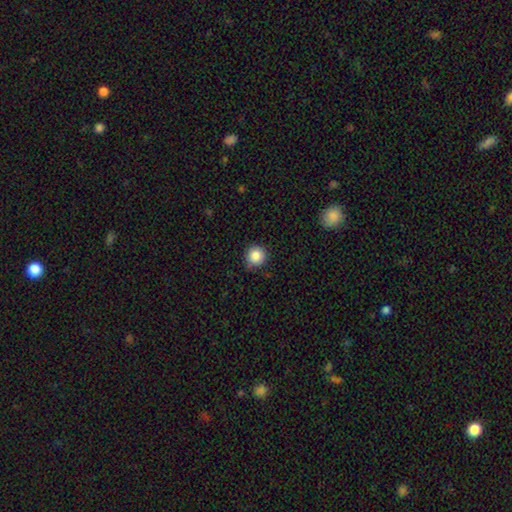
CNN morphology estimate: This appears to be a smooth galaxy with no disk features (86%) that is round (94%). Merging: none (84%).